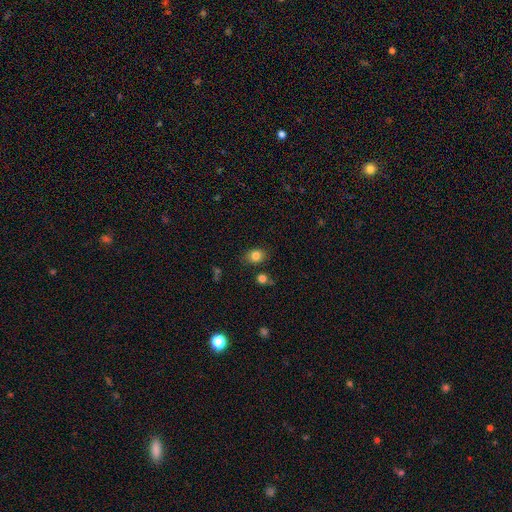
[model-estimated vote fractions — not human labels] Smooth or featured? smooth (82%)
How rounded? round (50%)
Merging? none (80%)